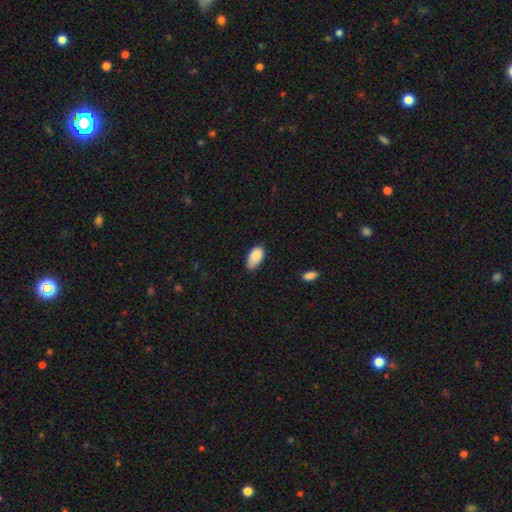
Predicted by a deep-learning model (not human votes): Q: Smooth or featured?
A: smooth (88%); runner-up: star or artifact (7%)
Q: How rounded?
A: in between (94%); runner-up: round (3%)
Q: Merging?
A: none (60%); runner-up: minor disturbance (33%)